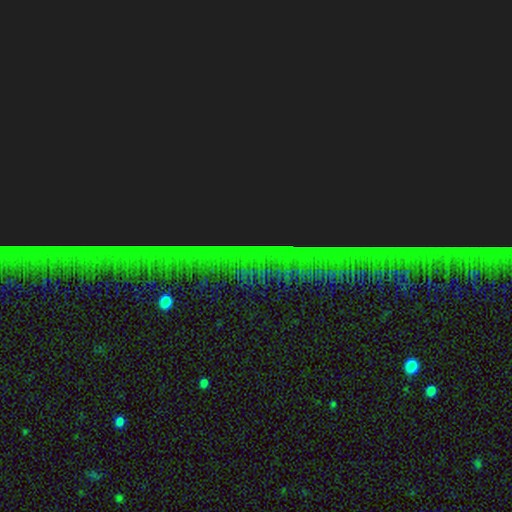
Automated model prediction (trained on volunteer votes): star or artifact 85%, featured or disk 8%, smooth 7%.